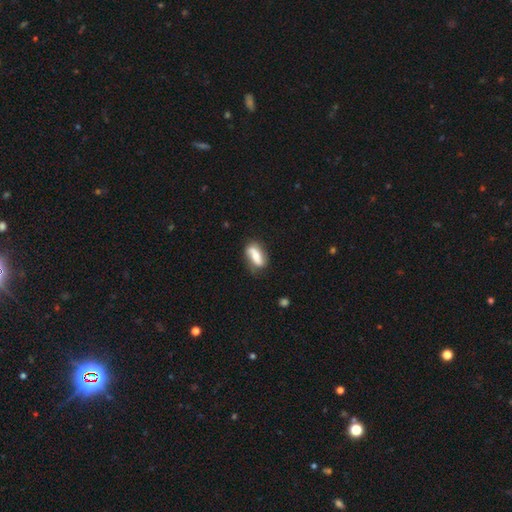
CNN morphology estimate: smooth 49%, featured or disk 43%, star or artifact 7%. Down the decision tree: merging — none (63%).